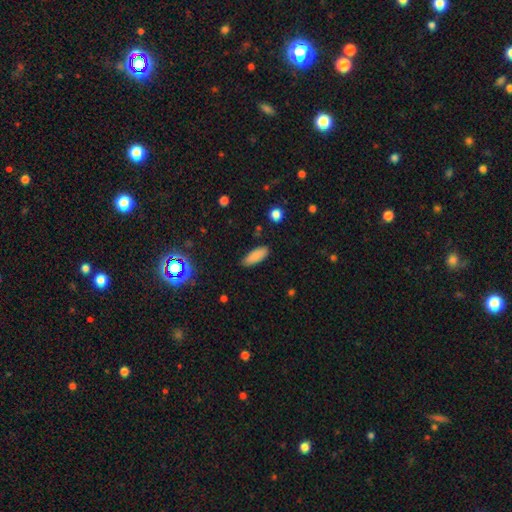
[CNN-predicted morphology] Smooth or featured? smooth (86%)
How rounded? in between (72%)
Merging? none (86%)